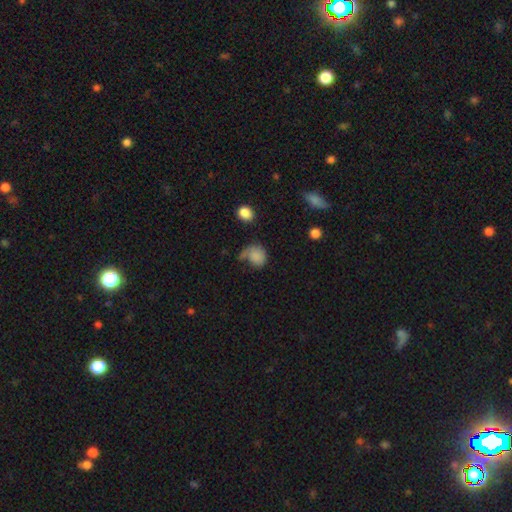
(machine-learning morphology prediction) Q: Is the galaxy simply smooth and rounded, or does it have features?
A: smooth — 77%.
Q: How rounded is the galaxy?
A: round — 68%.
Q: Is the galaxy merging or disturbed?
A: none — 39%.